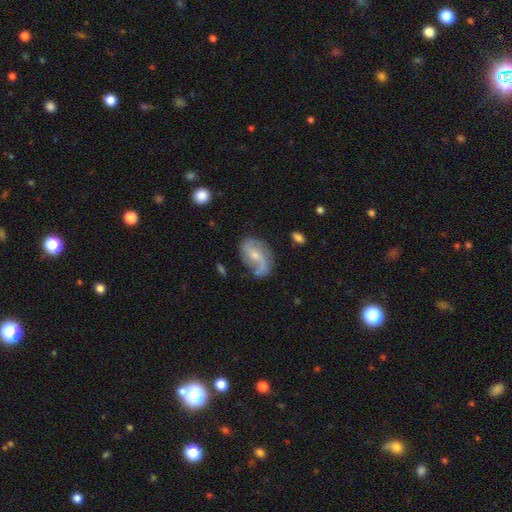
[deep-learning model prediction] This is likely a featured or disk galaxy (76%). It is clearly not viewed edge-on (96%). Bar: marginally weak (42%). Spiral arm pattern: clearly yes (91%). Spiral arm count: likely 2 (77%). Spiral winding: possibly loose (59%). Central bulge: possibly small (57%). Merging: possibly none (59%).